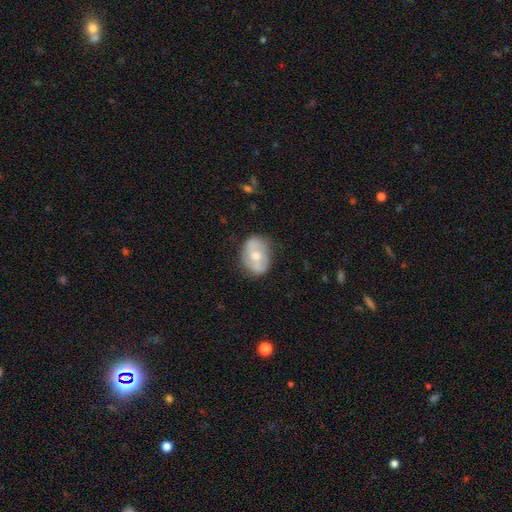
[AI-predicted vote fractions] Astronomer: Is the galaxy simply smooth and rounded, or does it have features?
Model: smooth — 49% (runner-up: featured or disk, 44%).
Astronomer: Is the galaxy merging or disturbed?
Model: none — 72%.